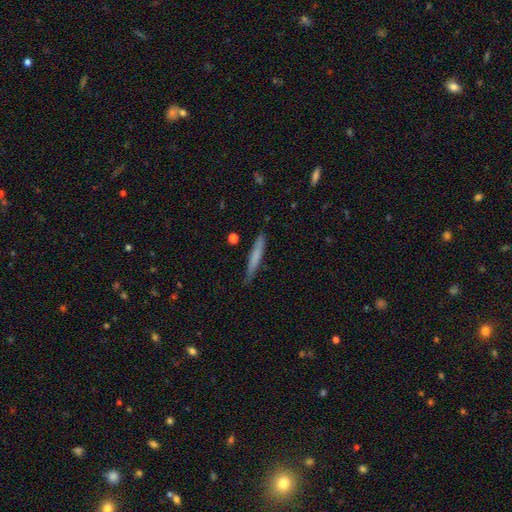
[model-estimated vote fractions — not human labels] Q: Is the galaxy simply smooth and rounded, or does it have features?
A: smooth — 70%.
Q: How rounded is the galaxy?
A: cigar-shaped — 95%.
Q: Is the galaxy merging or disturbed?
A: none — 80%.